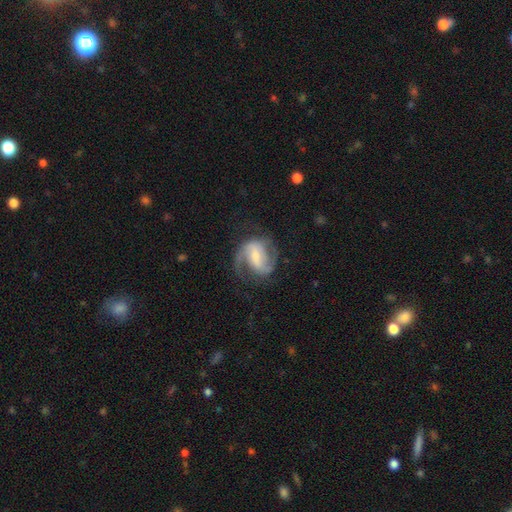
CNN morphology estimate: type=featured or disk (86%); edge-on=no (98%); bar=weak (48%); spiral arms=yes (96%); winding=medium (53%); arm count=2 (78%); bulge=small (43%); merging=none (66%).